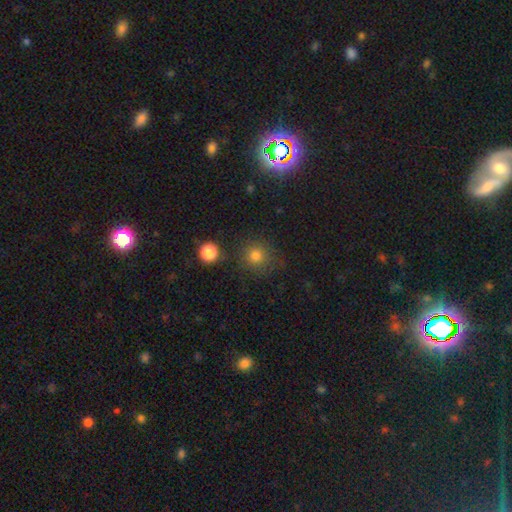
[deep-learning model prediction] The model was most divided on "smooth or featured": smooth: 80%, star or artifact: 14%, featured or disk: 5%. More confident: how rounded — round (92%); merging — none (80%).